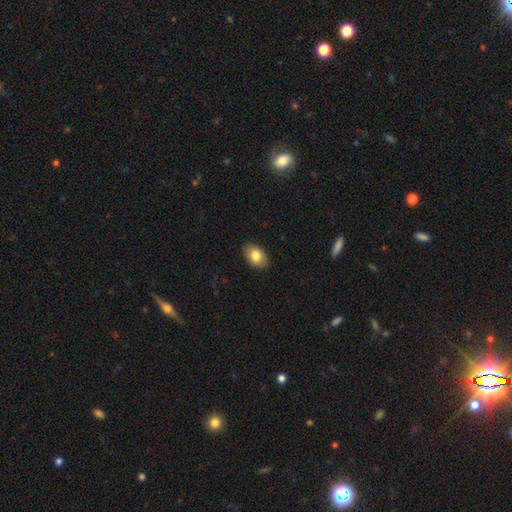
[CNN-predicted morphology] A smooth galaxy with no disk features (82%) that is in between round and cigar-shaped (90%).

Vote fractions:
- Smooth or featured? smooth: 82% / featured or disk: 11% / star or artifact: 7%
- How rounded? in between: 90% / round: 8% / cigar-shaped: 1%
- Merging? none: 89% / minor disturbance: 9% / major disturbance: 2% / merger: 1%